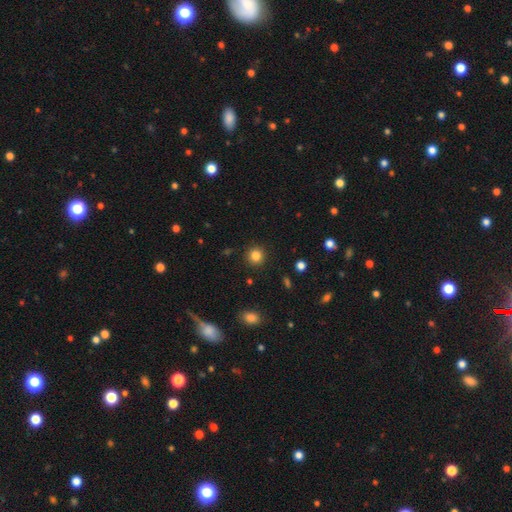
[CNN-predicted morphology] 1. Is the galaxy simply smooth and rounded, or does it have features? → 84% smooth, 12% star or artifact, 5% featured or disk.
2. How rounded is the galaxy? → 92% round, 7% in between, 1% cigar-shaped.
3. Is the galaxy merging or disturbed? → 91% none, 6% minor disturbance, 2% major disturbance, 1% merger.